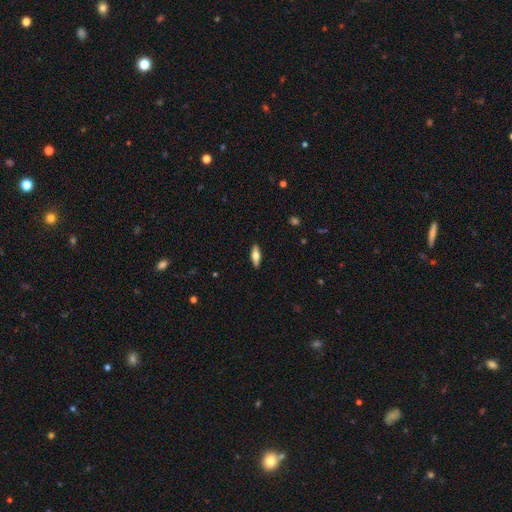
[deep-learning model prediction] Overall: smooth (54%; featured or disk 40%). How rounded: in between (57%; cigar-shaped 40%). Merging: none (90%).